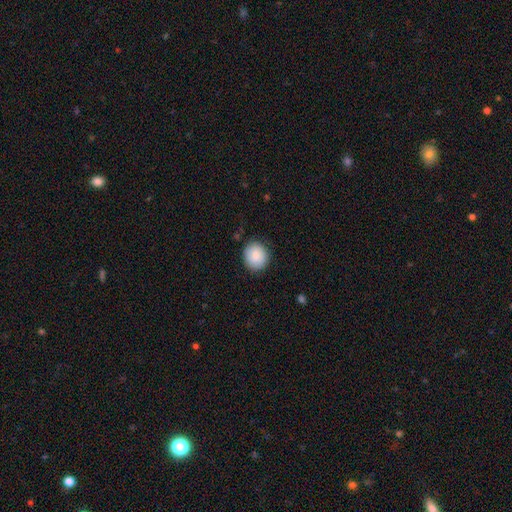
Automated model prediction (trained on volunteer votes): A smooth galaxy with no disk features (86%) that is round (81%).

Vote fractions:
- Smooth or featured? smooth: 86% / featured or disk: 7% / star or artifact: 7%
- How rounded? round: 81% / in between: 18% / cigar-shaped: 1%
- Merging? none: 86% / minor disturbance: 11% / major disturbance: 2% / merger: 1%